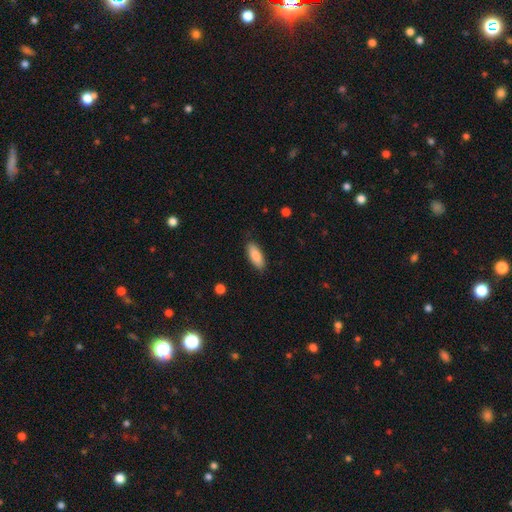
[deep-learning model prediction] The model was most divided on "how rounded": in between: 74%, cigar-shaped: 24%, round: 2%. More confident: merging — none (87%); smooth or featured — smooth (86%).